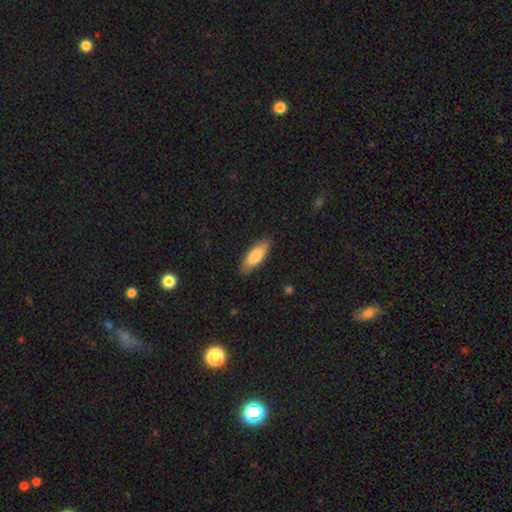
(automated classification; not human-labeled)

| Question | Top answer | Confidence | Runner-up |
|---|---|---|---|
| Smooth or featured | smooth | 80% | featured or disk (15%) |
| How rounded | in between | 69% | cigar-shaped (29%) |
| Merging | none | 85% | minor disturbance (12%) |